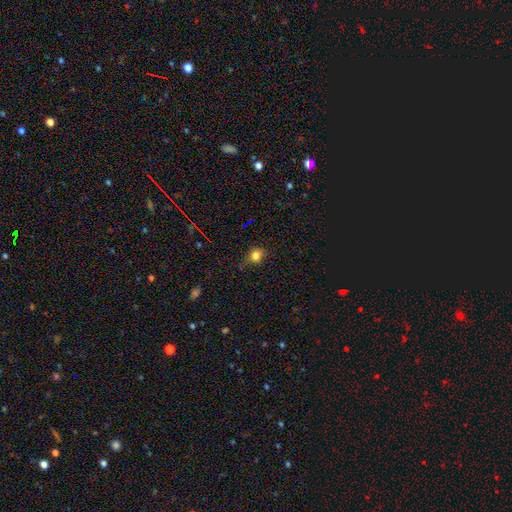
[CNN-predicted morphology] A smooth galaxy with no disk features (79%) that is round (69%). Merging: none (69%).